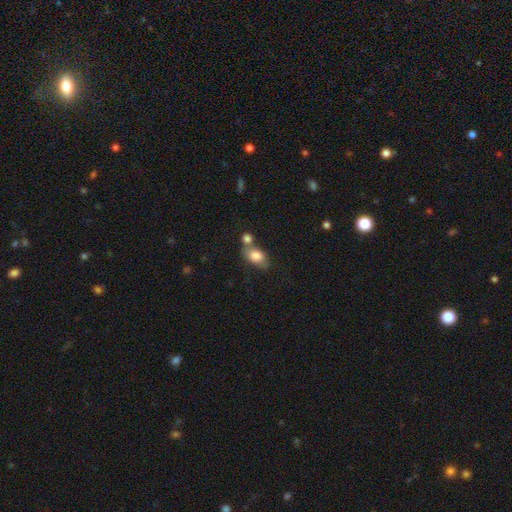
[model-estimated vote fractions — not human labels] Smooth or featured?
  - smooth: 82% *
  - featured or disk: 11%
  - star or artifact: 8%
How rounded?
  - in between: 82% *
  - round: 15%
  - cigar-shaped: 2%
Merging?
  - none: 47% *
  - merger: 31%
  - minor disturbance: 16%
  - major disturbance: 6%